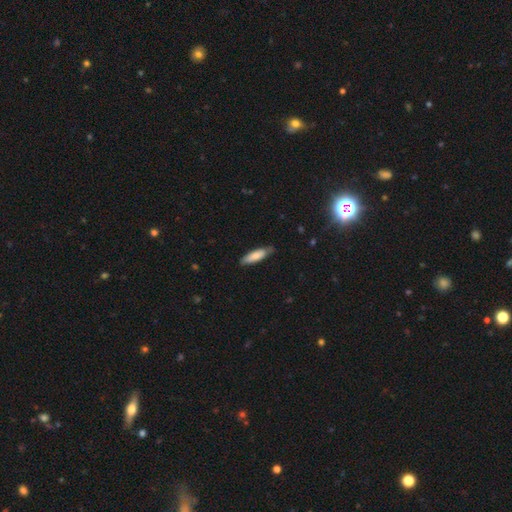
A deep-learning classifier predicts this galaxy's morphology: Q: Smooth or featured?
A: smooth (75%); runner-up: featured or disk (19%)
Q: How rounded?
A: cigar-shaped (64%); runner-up: in between (35%)
Q: Merging?
A: none (79%); runner-up: minor disturbance (17%)